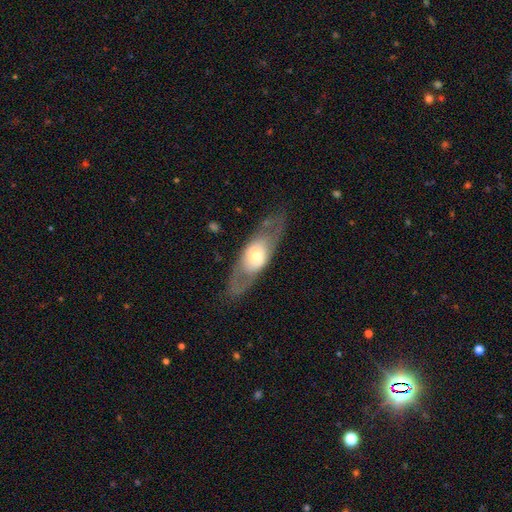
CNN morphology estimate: featured or disk 59%, smooth 35%, star or artifact 6%. Down the decision tree: edge-on disk — no (70%); merging — none (74%).